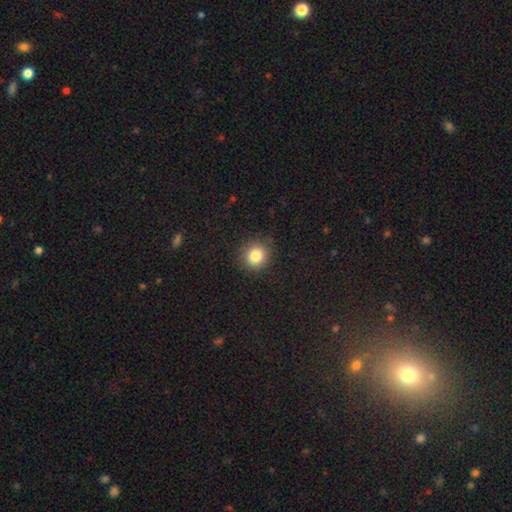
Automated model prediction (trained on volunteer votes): Overall: smooth (84%). How rounded: round (88%). Merging: none (89%).